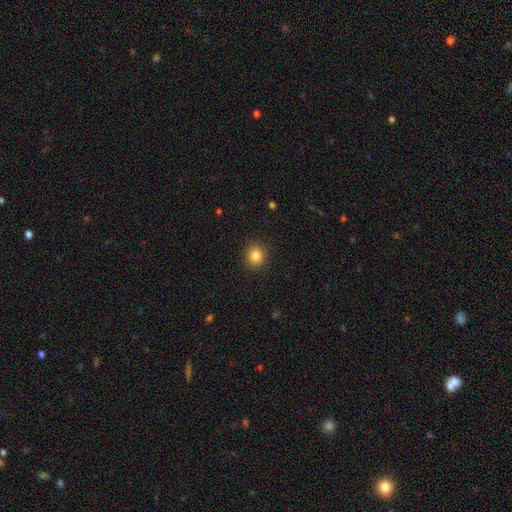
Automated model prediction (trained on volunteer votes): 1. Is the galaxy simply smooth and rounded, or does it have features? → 85% smooth, 11% star or artifact, 5% featured or disk.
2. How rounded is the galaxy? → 89% round, 10% in between, 1% cigar-shaped.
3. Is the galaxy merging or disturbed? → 91% none, 6% minor disturbance, 2% major disturbance, 1% merger.